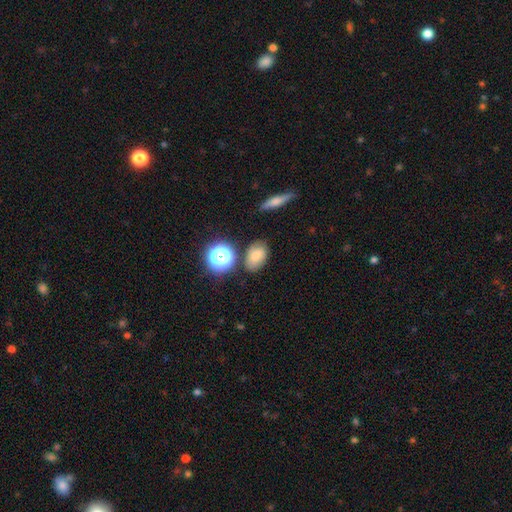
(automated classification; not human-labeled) A smooth galaxy with no disk features (73%) that is in between round and cigar-shaped (79%). Merging: none (71%).